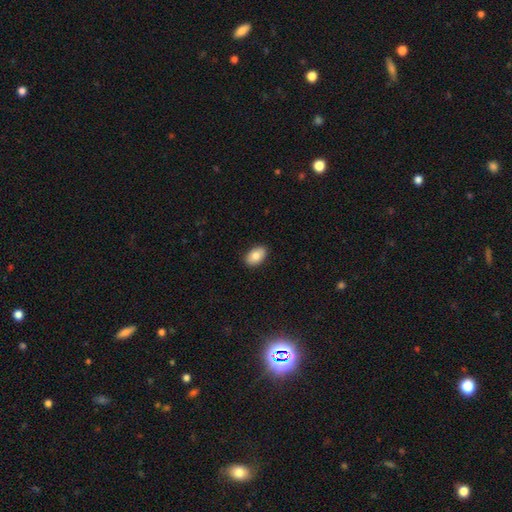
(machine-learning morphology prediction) This appears to be a smooth galaxy with no disk features (83%) that is in between round and cigar-shaped (90%). Merging: none (88%).